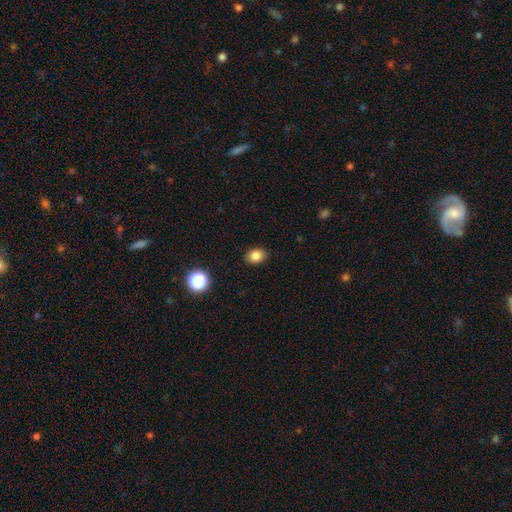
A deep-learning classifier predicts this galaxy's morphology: type=smooth (83%); roundness=in between (60%); merging=none (89%).